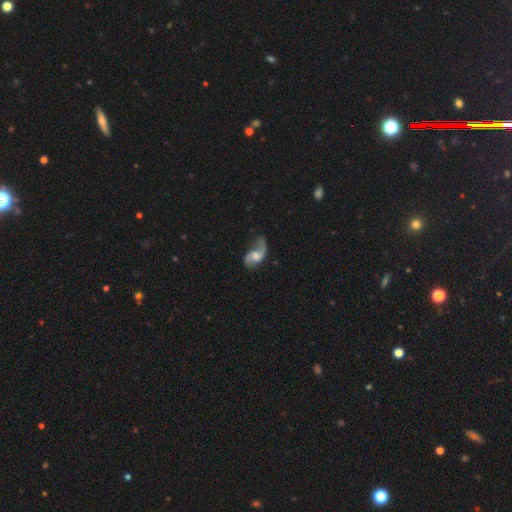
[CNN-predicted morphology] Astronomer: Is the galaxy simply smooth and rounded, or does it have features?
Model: featured or disk — 81%.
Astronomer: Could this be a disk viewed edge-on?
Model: no — 97%.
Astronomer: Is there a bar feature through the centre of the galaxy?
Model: no — 49% (runner-up: weak, 43%).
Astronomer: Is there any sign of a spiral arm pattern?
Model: yes — 94%.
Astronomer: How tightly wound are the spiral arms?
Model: loose — 70%.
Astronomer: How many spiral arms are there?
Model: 2 — 83%.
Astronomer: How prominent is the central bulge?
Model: moderate — 41% (runner-up: small, 29%).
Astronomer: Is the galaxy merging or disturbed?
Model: none — 53%.